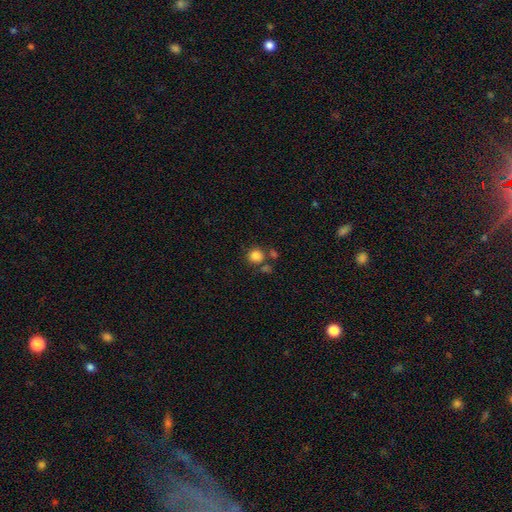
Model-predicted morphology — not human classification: Overall: smooth (83%). How rounded: round (88%). Merging: none (69%).